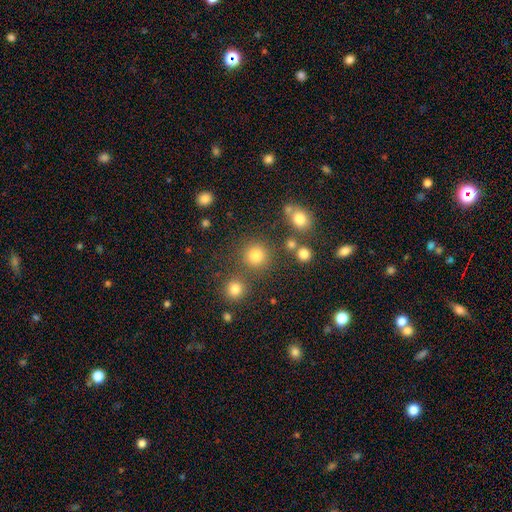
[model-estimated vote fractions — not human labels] smooth_or_featured: smooth (p=0.78) [alt: star or artifact p=0.16]
how_rounded: round (p=0.92) [alt: in between p=0.07]
merging: none (p=0.80) [alt: merger p=0.10]